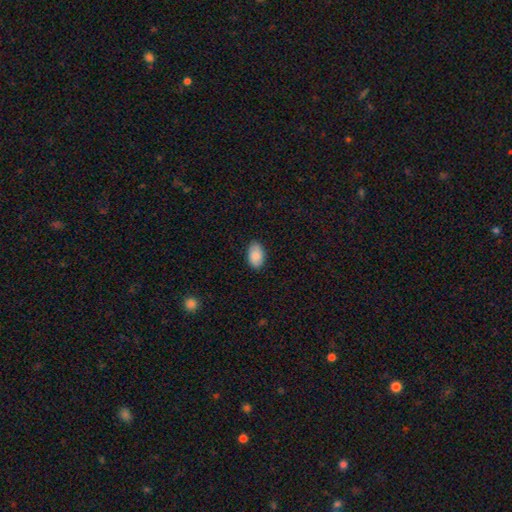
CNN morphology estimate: A smooth galaxy with no disk features (87%) that is in between round and cigar-shaped (92%).

Vote fractions:
- Smooth or featured? smooth: 87% / featured or disk: 7% / star or artifact: 7%
- How rounded? in between: 92% / round: 7% / cigar-shaped: 1%
- Merging? none: 86% / minor disturbance: 11% / major disturbance: 2% / merger: 1%